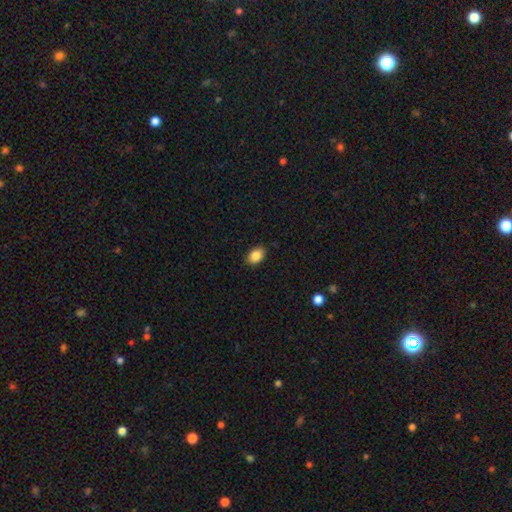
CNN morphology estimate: This appears to be a smooth galaxy with no disk features (87%) that is in between round and cigar-shaped (81%). Merging: none (88%).